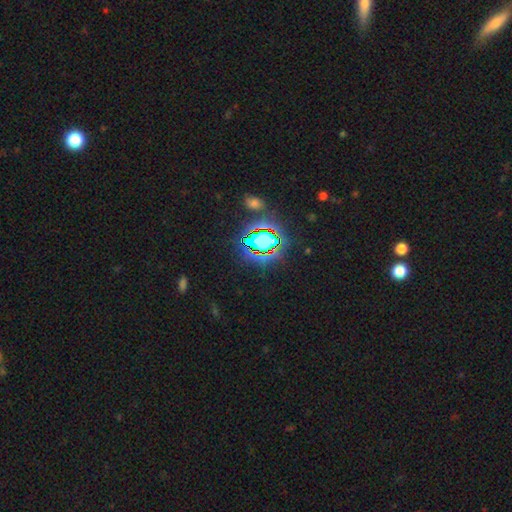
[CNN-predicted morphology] Smooth or featured: star or artifact — 82% (smooth — 11%)